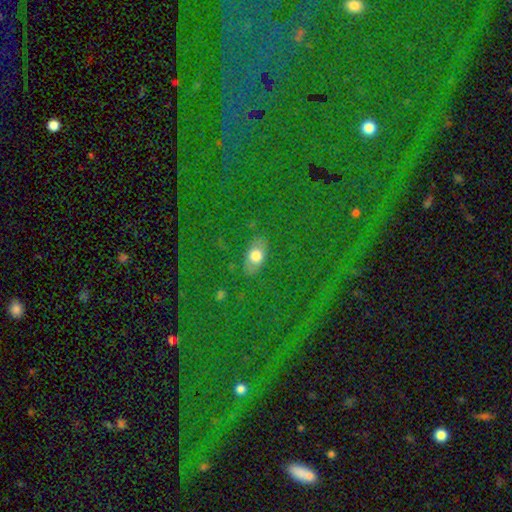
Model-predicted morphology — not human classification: Q: Smooth or featured?
A: smooth (65%); runner-up: star or artifact (17%)
Q: How rounded?
A: in between (78%); runner-up: round (14%)
Q: Merging?
A: none (82%); runner-up: minor disturbance (11%)